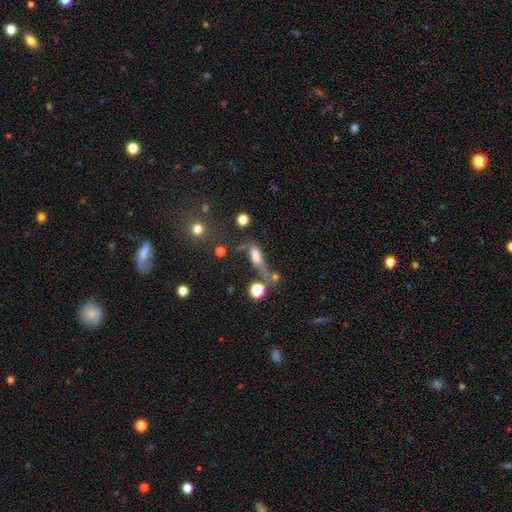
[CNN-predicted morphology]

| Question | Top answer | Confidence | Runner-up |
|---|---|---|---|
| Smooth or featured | smooth | 55% | featured or disk (30%) |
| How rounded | in between | 57% | cigar-shaped (34%) |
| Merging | major disturbance | 34% | merger (24%) |